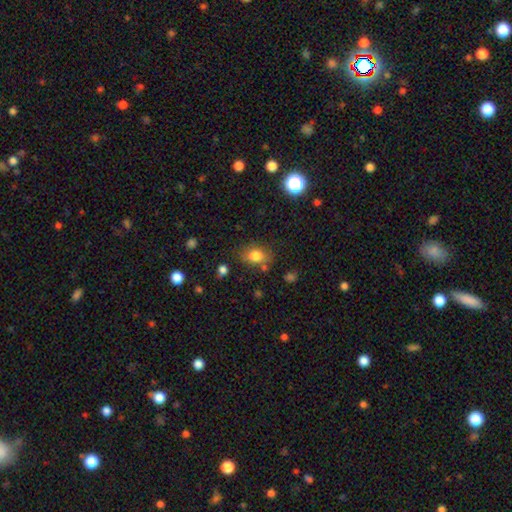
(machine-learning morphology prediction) Smooth or featured: smooth — 79% (star or artifact — 11%)
How rounded: in between — 65% (round — 33%)
Merging: none — 74% (minor disturbance — 17%)